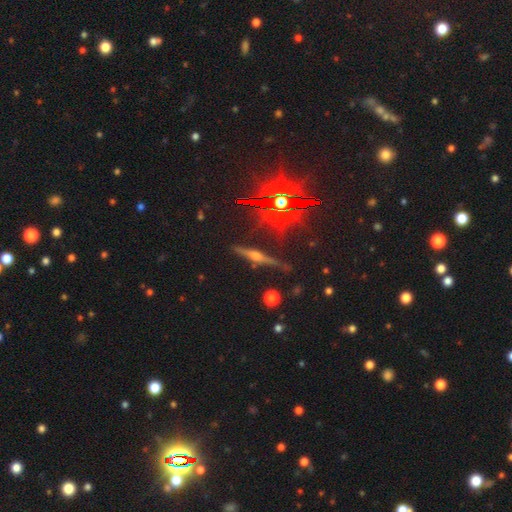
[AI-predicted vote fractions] A featured or disk galaxy (71%) viewed edge-on (97%) with a rounded central bulge (87%). Merging: none (84%).